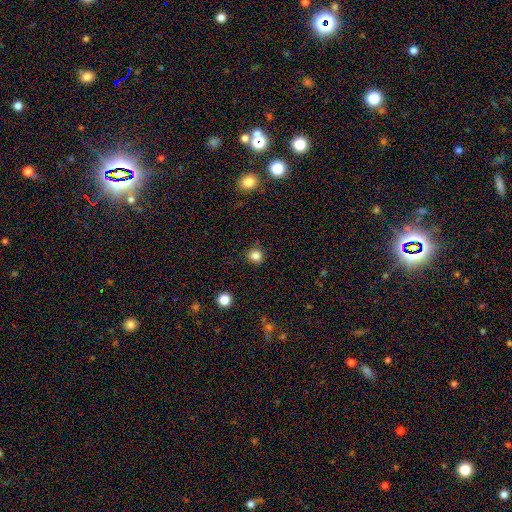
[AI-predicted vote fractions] smooth_or_featured: smooth (p=0.84) [alt: star or artifact p=0.12]
how_rounded: round (p=0.92) [alt: in between p=0.07]
merging: none (p=0.90) [alt: minor disturbance p=0.07]